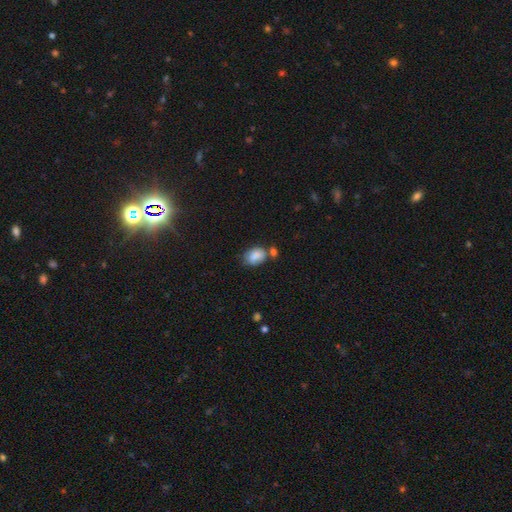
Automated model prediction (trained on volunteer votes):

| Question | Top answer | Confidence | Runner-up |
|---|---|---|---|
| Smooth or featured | smooth | 82% | featured or disk (10%) |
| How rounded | in between | 74% | round (25%) |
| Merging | none | 48% | minor disturbance (24%) |